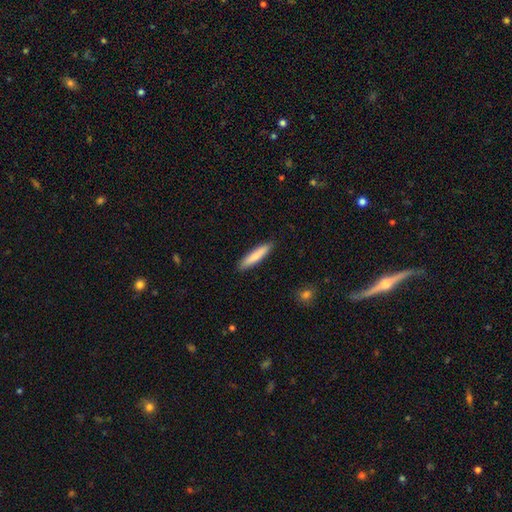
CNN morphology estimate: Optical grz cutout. It shows a smooth galaxy with no disk features (82%) that is cigar-shaped (87%). Merging: none (90%).